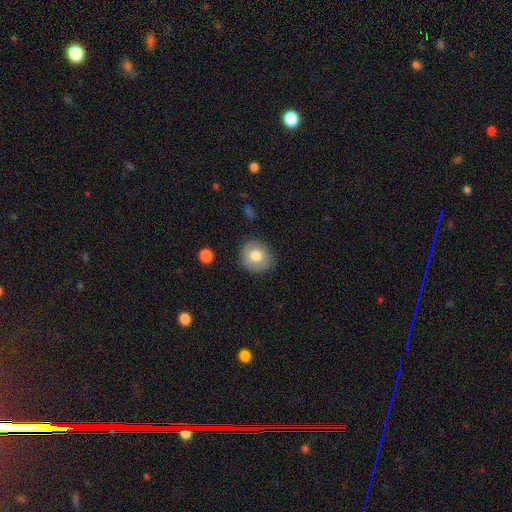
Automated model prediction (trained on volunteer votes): Q: Smooth or featured?
A: smooth (77%); runner-up: featured or disk (15%)
Q: How rounded?
A: round (83%); runner-up: in between (16%)
Q: Merging?
A: none (85%); runner-up: minor disturbance (11%)